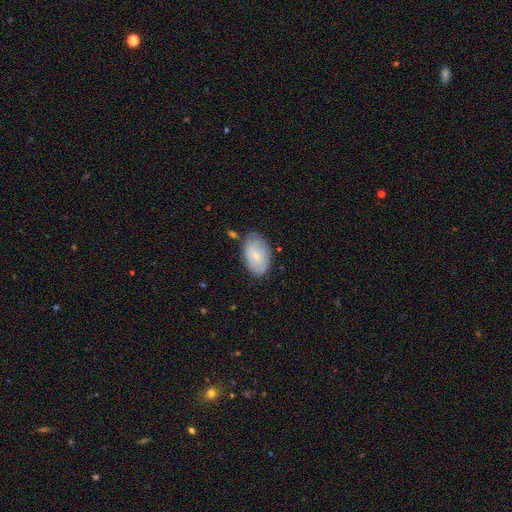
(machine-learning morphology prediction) A smooth galaxy with no disk features (61%) that is in between round and cigar-shaped (92%). Merging: none (71%).